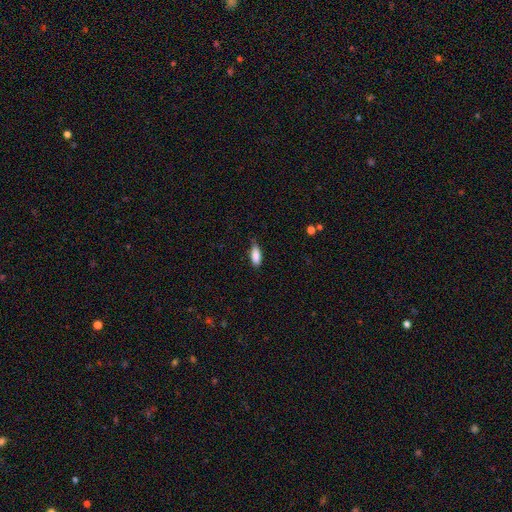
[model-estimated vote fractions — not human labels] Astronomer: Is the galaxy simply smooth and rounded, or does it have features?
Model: smooth — 87%.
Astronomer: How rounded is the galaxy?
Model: in between — 78%.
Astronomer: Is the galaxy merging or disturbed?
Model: none — 66%.